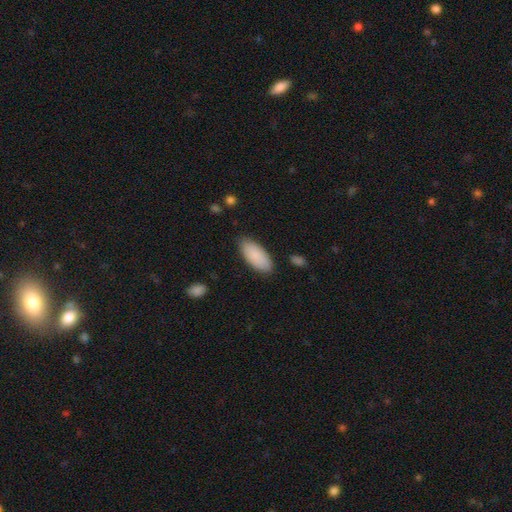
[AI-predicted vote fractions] The model was most divided on "merging": none: 84%, minor disturbance: 12%, major disturbance: 2%, merger: 1%. More confident: smooth or featured — smooth (89%); how rounded — in between (89%).